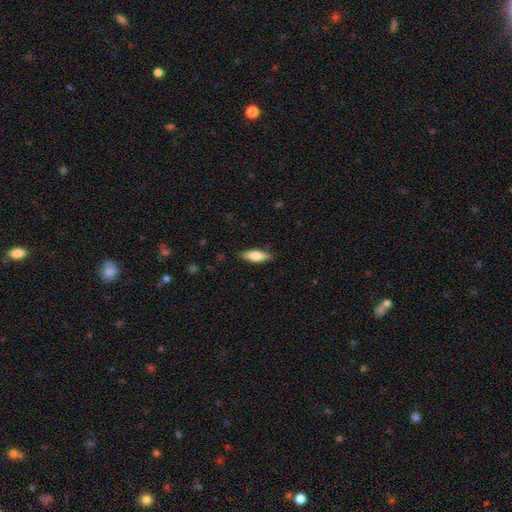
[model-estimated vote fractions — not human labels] smooth-or-featured: smooth: 69% | featured or disk: 25% | star or artifact: 6%
  how-rounded: in between: 58% | cigar-shaped: 40% | round: 2%
  merging: none: 84% | minor disturbance: 13% | major disturbance: 3% | merger: 1%